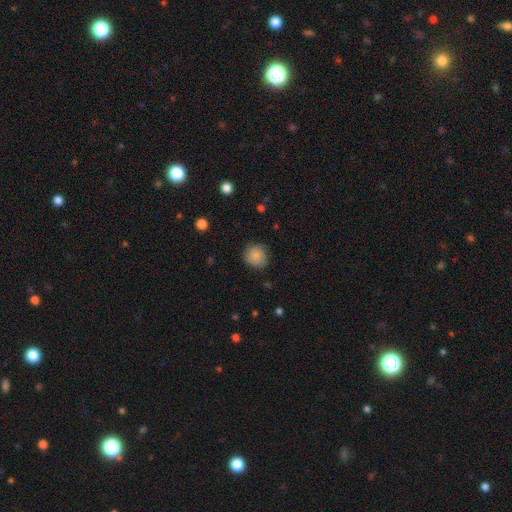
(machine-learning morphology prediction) Smooth or featured? smooth (85%)
How rounded? round (92%)
Merging? none (83%)